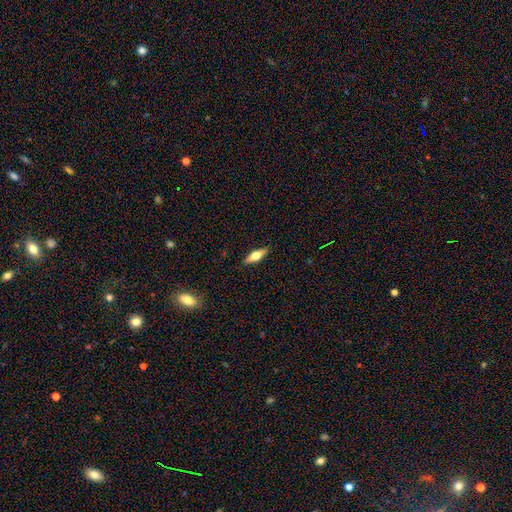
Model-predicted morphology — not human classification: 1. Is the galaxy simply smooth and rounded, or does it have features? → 47% featured or disk (tied), 47% smooth (tied), 6% star or artifact.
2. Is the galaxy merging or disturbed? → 89% none, 8% minor disturbance, 2% major disturbance, 1% merger.